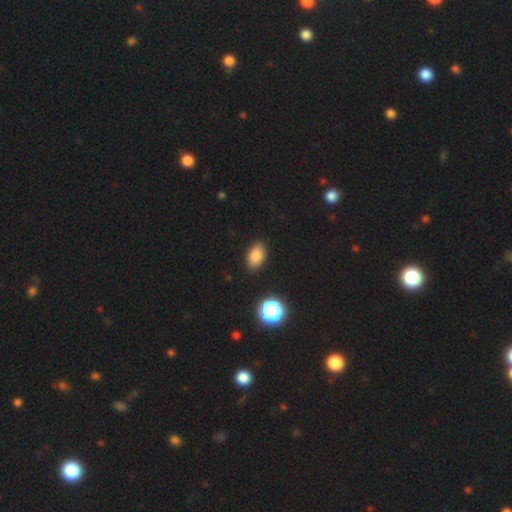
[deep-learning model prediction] Smooth or featured? Predicted: smooth (p=0.84). How rounded? Predicted: in between (p=0.89). Merging? Predicted: none (p=0.87).